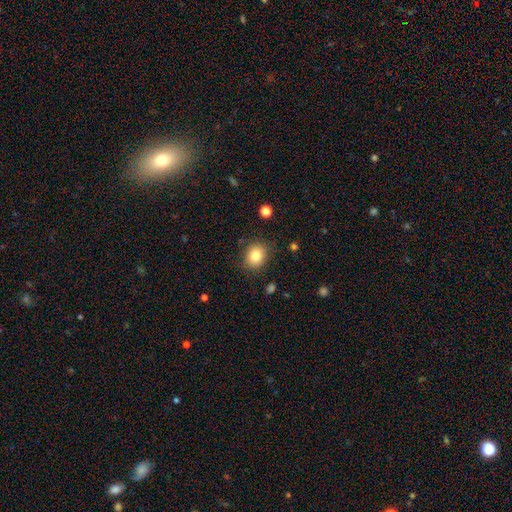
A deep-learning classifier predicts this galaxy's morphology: type=smooth (81%); roundness=round (69%); merging=none (85%).